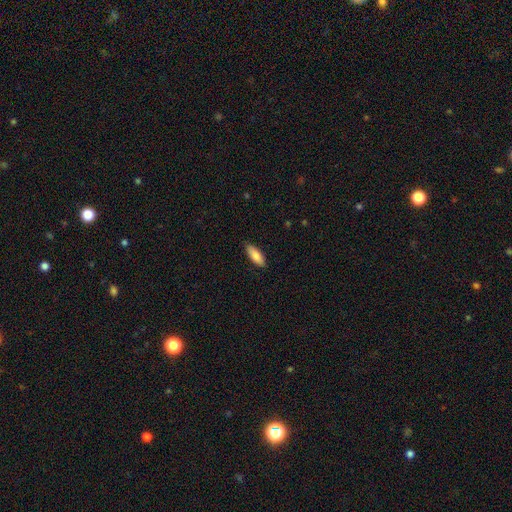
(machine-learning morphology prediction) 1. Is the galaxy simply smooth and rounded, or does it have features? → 84% smooth, 10% featured or disk, 6% star or artifact.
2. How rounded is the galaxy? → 69% in between, 29% cigar-shaped, 2% round.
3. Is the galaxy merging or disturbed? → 87% none, 10% minor disturbance, 2% major disturbance, 1% merger.